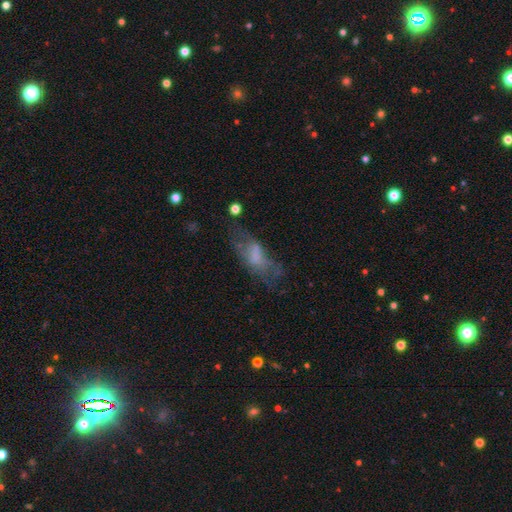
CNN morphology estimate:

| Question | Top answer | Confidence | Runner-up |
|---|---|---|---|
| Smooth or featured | smooth | 46% | featured or disk (41%) |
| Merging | none | 40% | major disturbance (32%) |